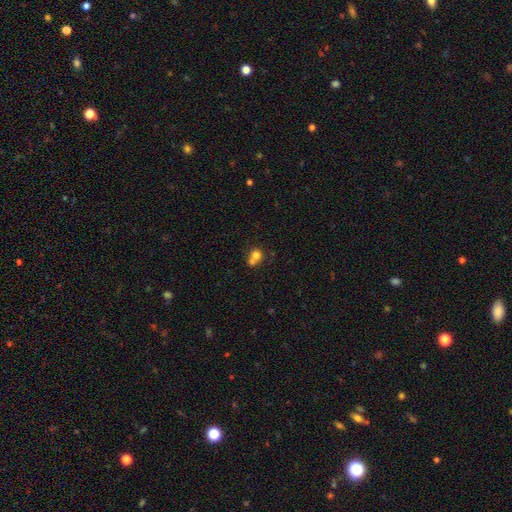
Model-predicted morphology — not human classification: The model was most divided on "merging": merger: 55%, none: 33%, minor disturbance: 8%, major disturbance: 4%. More confident: how rounded — round (78%); smooth or featured — smooth (73%).